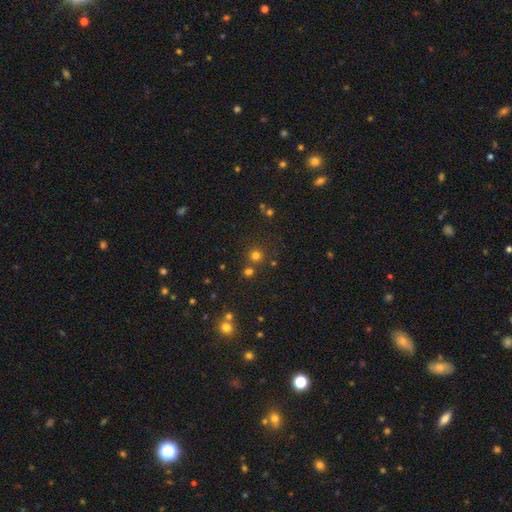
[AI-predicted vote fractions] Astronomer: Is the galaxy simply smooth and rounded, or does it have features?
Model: smooth — 72%.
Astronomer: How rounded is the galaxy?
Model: round — 93%.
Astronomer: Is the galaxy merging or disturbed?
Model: none — 77%.